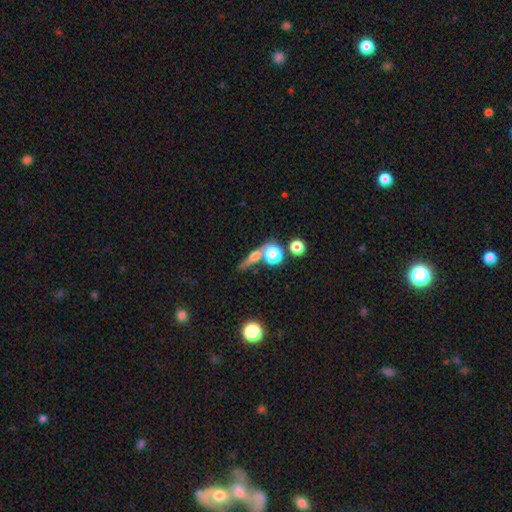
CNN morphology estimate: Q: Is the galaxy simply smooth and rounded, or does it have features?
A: smooth — 51%.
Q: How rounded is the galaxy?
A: round — 40%.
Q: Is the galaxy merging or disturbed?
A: none — 58%.